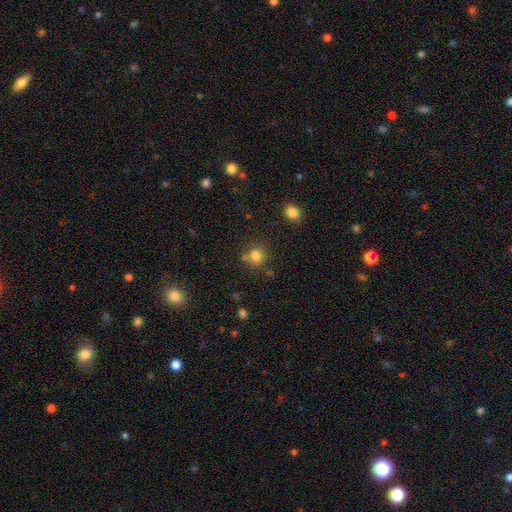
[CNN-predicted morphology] A smooth galaxy with no disk features (80%) that is round (80%). Merging: none (67%).